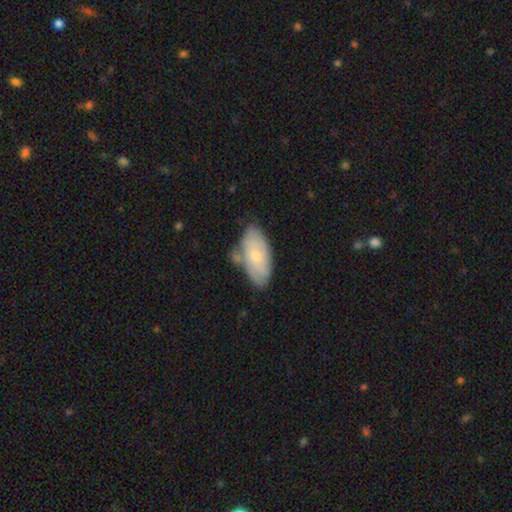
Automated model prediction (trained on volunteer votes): Q: Smooth or featured?
A: smooth (65%); runner-up: featured or disk (29%)
Q: How rounded?
A: in between (92%); runner-up: cigar-shaped (5%)
Q: Merging?
A: none (59%); runner-up: minor disturbance (23%)